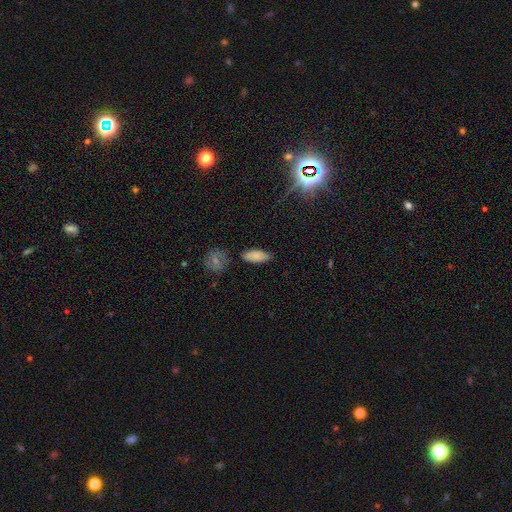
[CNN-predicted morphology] type=smooth (83%); roundness=in between (84%); merging=none (78%).